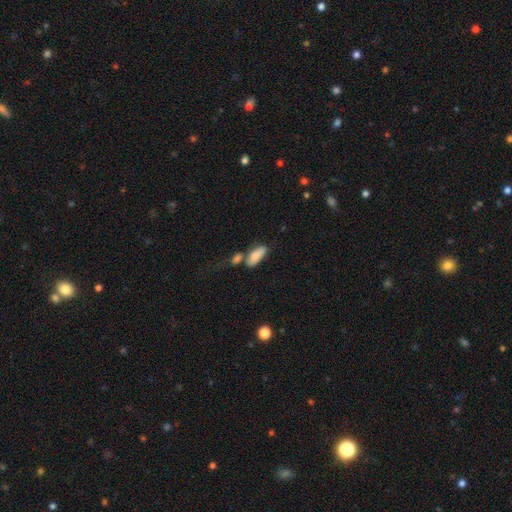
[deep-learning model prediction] Smooth or featured? Predicted: smooth (p=0.81). How rounded? Predicted: in between (p=0.82). Merging? Predicted: merger (p=0.38).